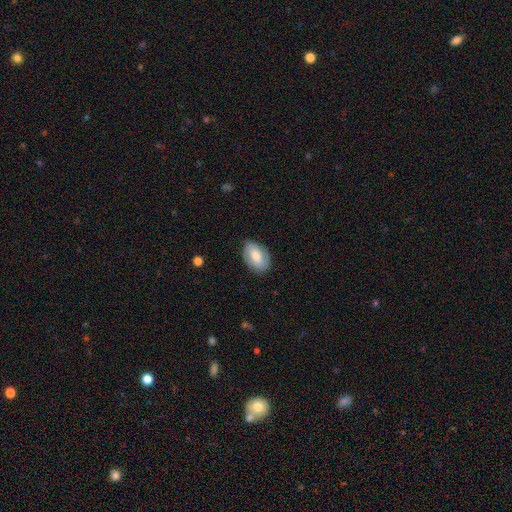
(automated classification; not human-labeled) Smooth or featured: smooth — 58% (featured or disk — 36%)
How rounded: in between — 90% (round — 9%)
Merging: none — 82% (minor disturbance — 13%)